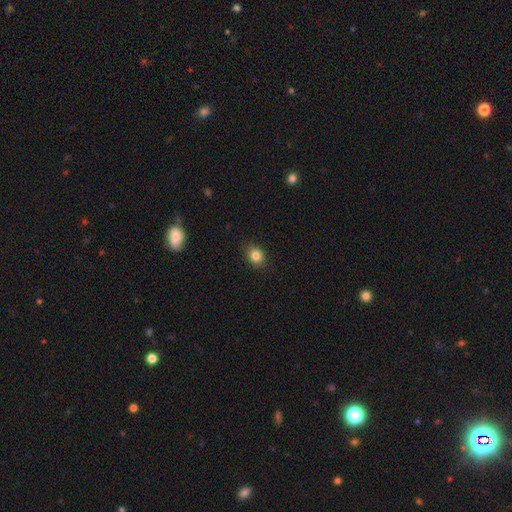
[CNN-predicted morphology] A smooth galaxy with no disk features (84%) that is round (56%). Merging: none (88%).